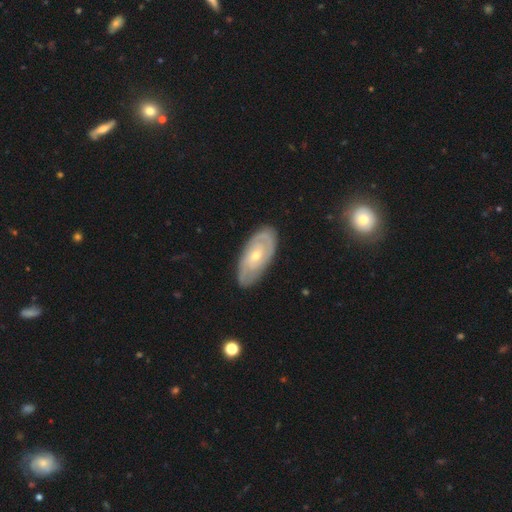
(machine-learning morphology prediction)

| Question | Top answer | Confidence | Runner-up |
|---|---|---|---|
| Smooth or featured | featured or disk | 76% | smooth (18%) |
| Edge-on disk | no | 91% | yes (9%) |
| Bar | no | 67% | weak (27%) |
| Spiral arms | yes | 85% | no (15%) |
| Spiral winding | tight | 72% | medium (22%) |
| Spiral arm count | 2 | 42% | can't tell (40%) |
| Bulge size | small | 53% | moderate (44%) |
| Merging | none | 83% | minor disturbance (13%) |